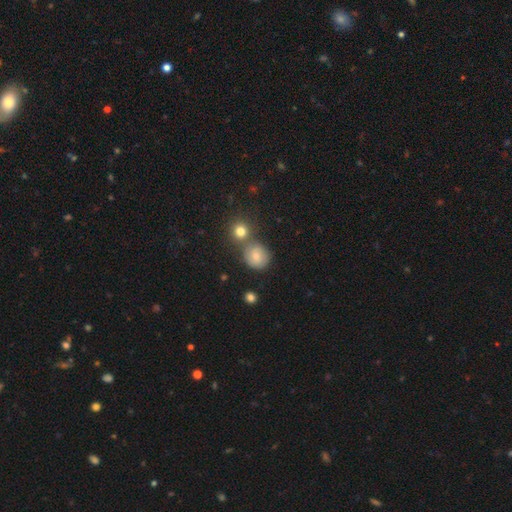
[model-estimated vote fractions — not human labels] Q: Smooth or featured?
A: smooth (57%); runner-up: featured or disk (22%)
Q: How rounded?
A: round (83%); runner-up: in between (16%)
Q: Merging?
A: none (69%); runner-up: merger (17%)